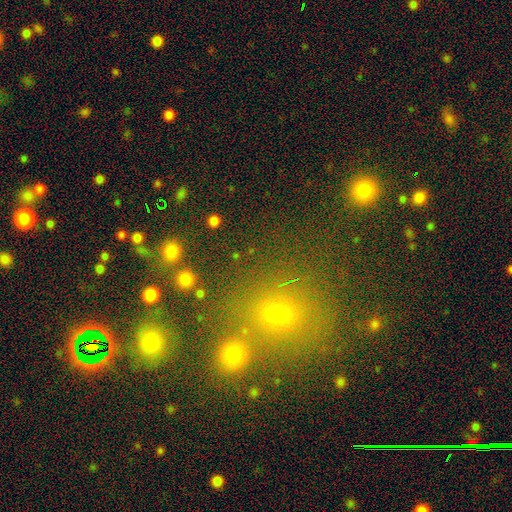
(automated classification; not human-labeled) Smooth or featured? Predicted: smooth (p=0.45, tied with star or artifact). Merging? Predicted: none (p=0.74).